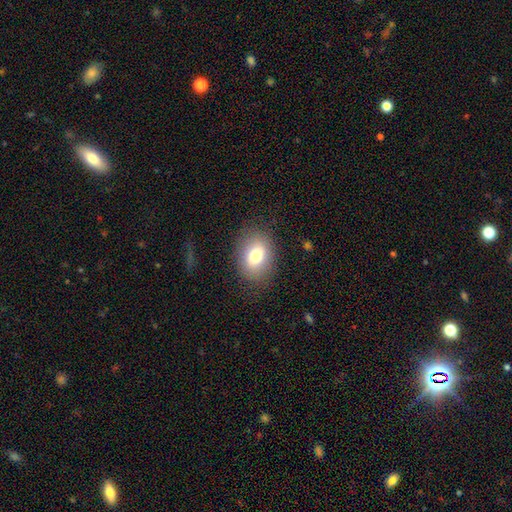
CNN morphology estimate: The model was most divided on "how rounded": in between: 73%, round: 26%, cigar-shaped: 1%. More confident: merging — none (82%); smooth or featured — smooth (75%).